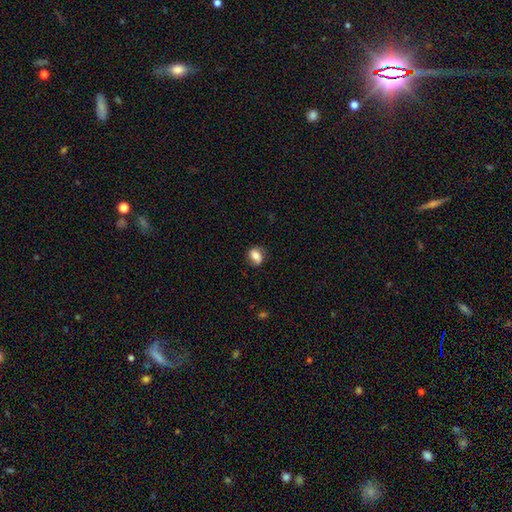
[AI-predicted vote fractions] Overall: smooth (71%). How rounded: in between (62%; round 36%). Merging: none (78%).